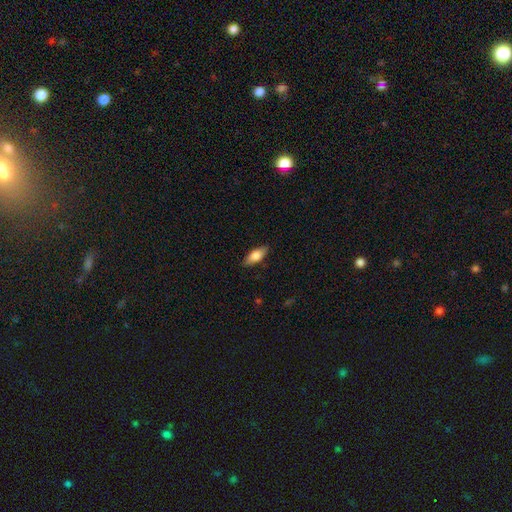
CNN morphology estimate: This appears to be a smooth galaxy with no disk features (76%) that is in between round and cigar-shaped (77%). Merging: none (87%).